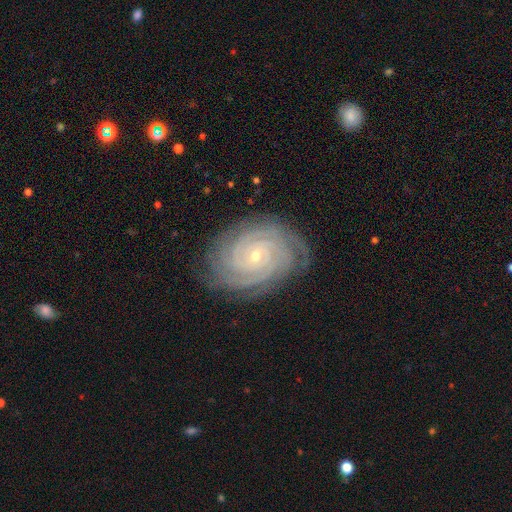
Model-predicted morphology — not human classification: smooth_or_featured: featured or disk (p=0.90) [alt: star or artifact p=0.06]
disk_edge_on: no (p=0.97) [alt: yes p=0.03]
bar: no (p=0.73) [alt: weak p=0.19]
has_spiral_arms: yes (p=0.99) [alt: no p=0.01]
spiral_winding: tight (p=0.87) [alt: medium p=0.12]
spiral_arm_count: 4 (p=0.29) [alt: 3 p=0.18]
bulge_size: small (p=0.78) [alt: moderate p=0.19]
merging: none (p=0.84) [alt: minor disturbance p=0.12]